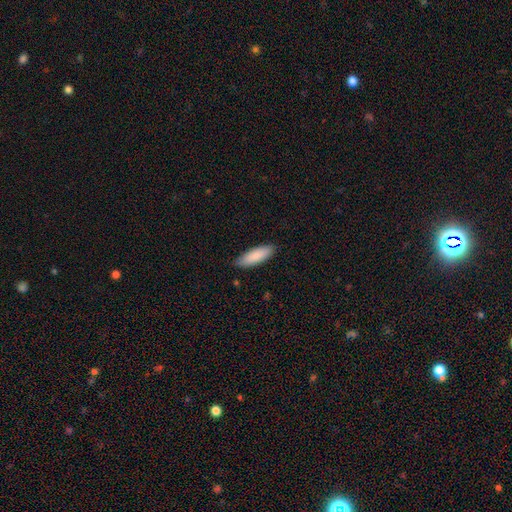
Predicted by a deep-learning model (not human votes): smooth 88%, featured or disk 7%, star or artifact 5%. Down the decision tree: how rounded — in between (55%); merging — none (85%).